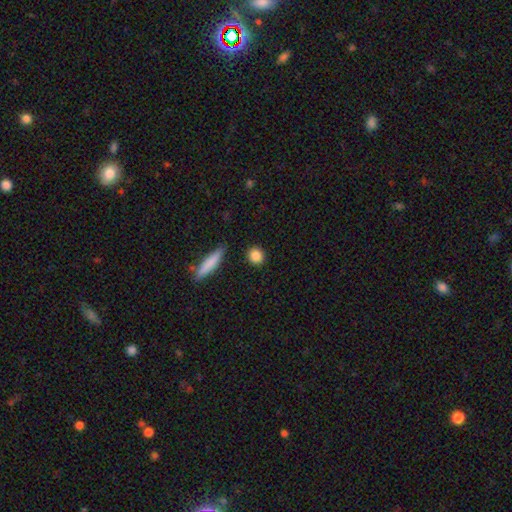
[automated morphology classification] The model was most divided on "how rounded": round: 74%, in between: 21%, cigar-shaped: 5%. More confident: merging — none (89%); smooth or featured — smooth (86%).